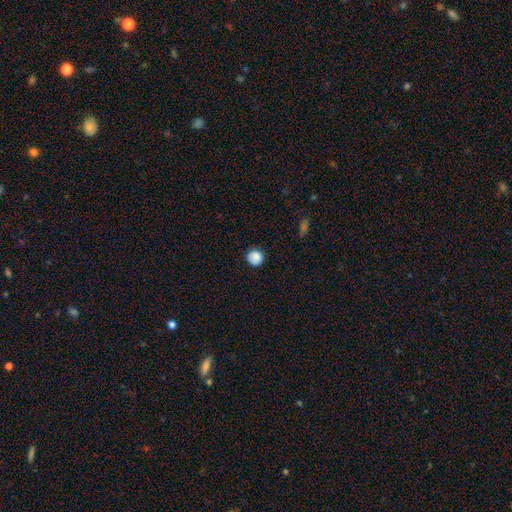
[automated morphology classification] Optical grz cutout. It shows a smooth galaxy with no disk features (84%) that is round (90%). Merging: none (79%).